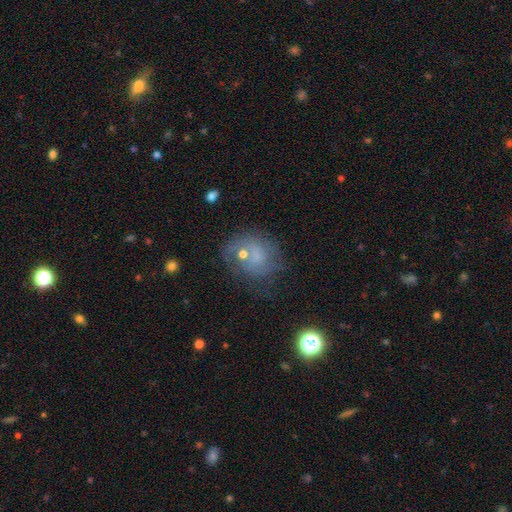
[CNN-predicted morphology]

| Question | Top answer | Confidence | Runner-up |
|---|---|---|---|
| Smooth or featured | featured or disk | 44% | smooth (39%) |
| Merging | none | 52% | minor disturbance (22%) |